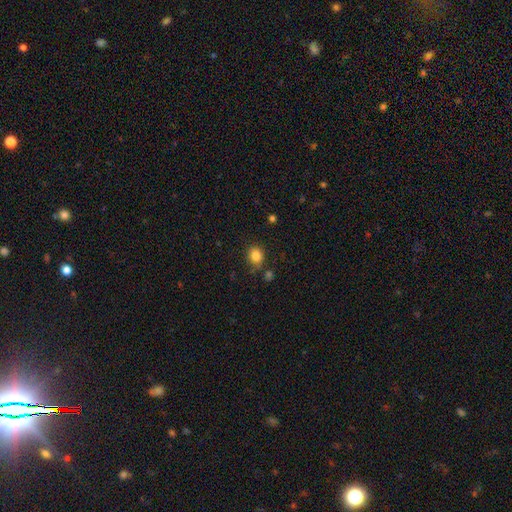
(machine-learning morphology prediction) A smooth galaxy with no disk features (84%) that is round (70%).

Vote fractions:
- Smooth or featured? smooth: 84% / star or artifact: 11% / featured or disk: 5%
- How rounded? round: 70% / in between: 29% / cigar-shaped: 1%
- Merging? none: 79% / minor disturbance: 13% / merger: 5% / major disturbance: 4%